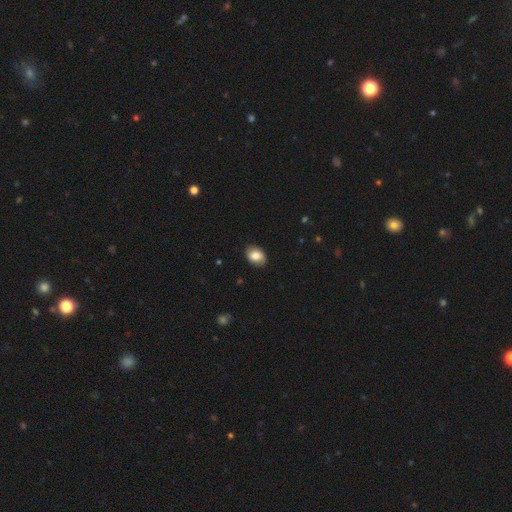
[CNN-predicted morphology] Smooth or featured? smooth (81%)
How rounded? in between (78%)
Merging? none (85%)